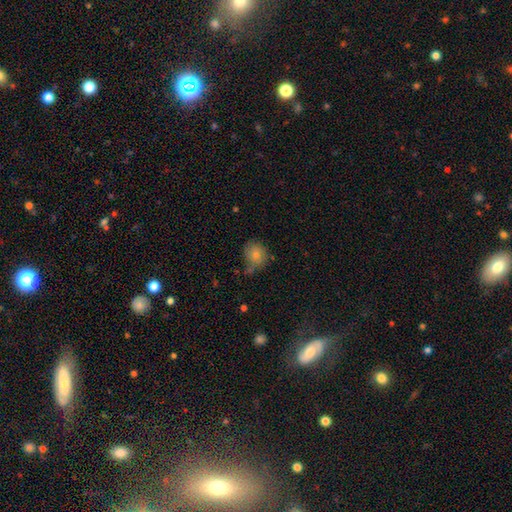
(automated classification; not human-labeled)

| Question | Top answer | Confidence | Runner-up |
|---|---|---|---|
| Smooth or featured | smooth | 66% | featured or disk (18%) |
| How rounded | round | 75% | in between (23%) |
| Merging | none | 64% | minor disturbance (22%) |